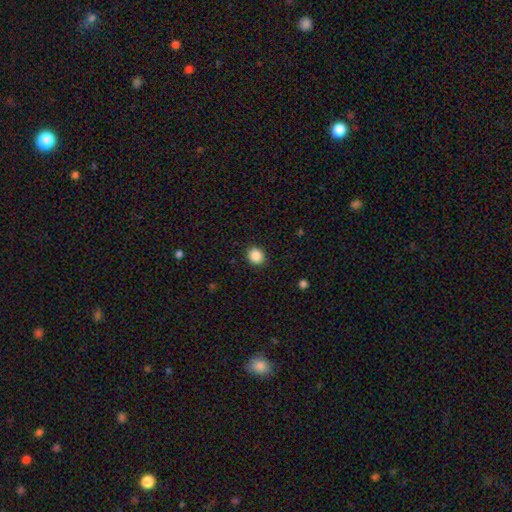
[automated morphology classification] smooth_or_featured: smooth (p=0.88) [alt: star or artifact p=0.09]
how_rounded: round (p=0.78) [alt: in between p=0.21]
merging: none (p=0.90) [alt: minor disturbance p=0.06]